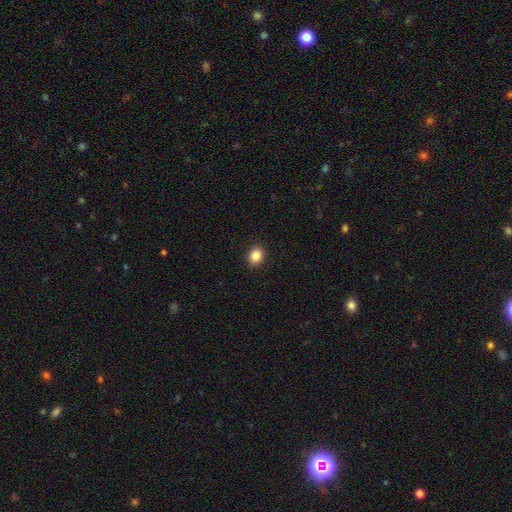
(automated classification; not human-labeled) smooth-or-featured: smooth: 86% | star or artifact: 10% | featured or disk: 4%
  how-rounded: round: 54% | in between: 45% | cigar-shaped: 1%
  merging: none: 91% | minor disturbance: 6% | major disturbance: 2% | merger: 1%